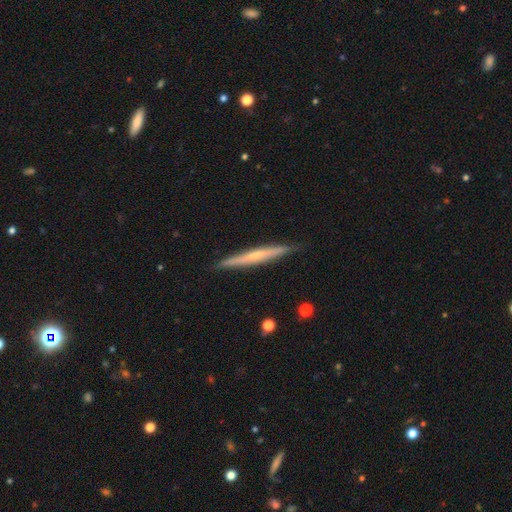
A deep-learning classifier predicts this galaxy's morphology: This appears to be a featured or disk galaxy (56%) viewed edge-on (96%) with no central bulge (59%). Merging: none (90%).